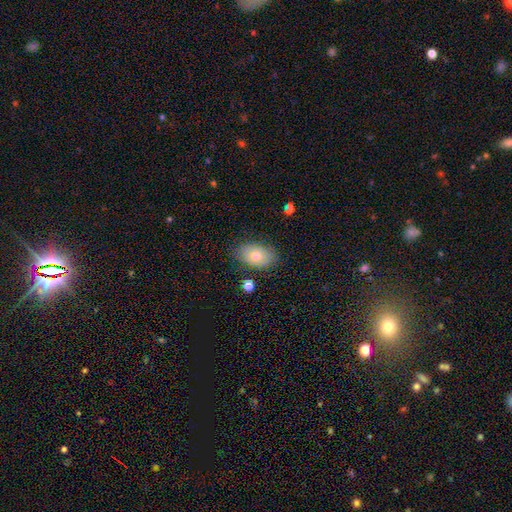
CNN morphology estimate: Smooth or featured: smooth — 73% (featured or disk — 19%)
How rounded: in between — 87% (round — 12%)
Merging: none — 80% (minor disturbance — 15%)